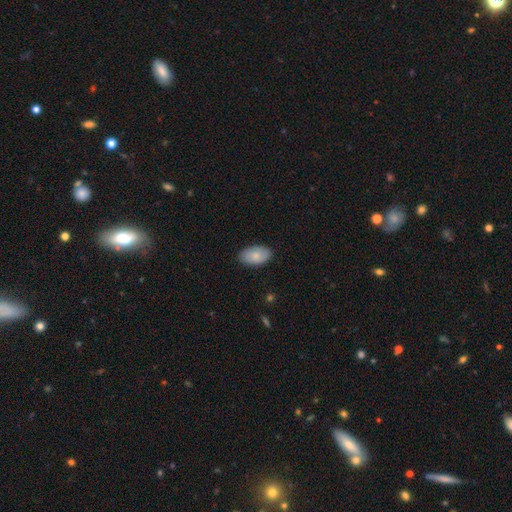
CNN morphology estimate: Smooth or featured: smooth — 80% (featured or disk — 14%)
How rounded: in between — 95% (round — 4%)
Merging: none — 85% (minor disturbance — 12%)